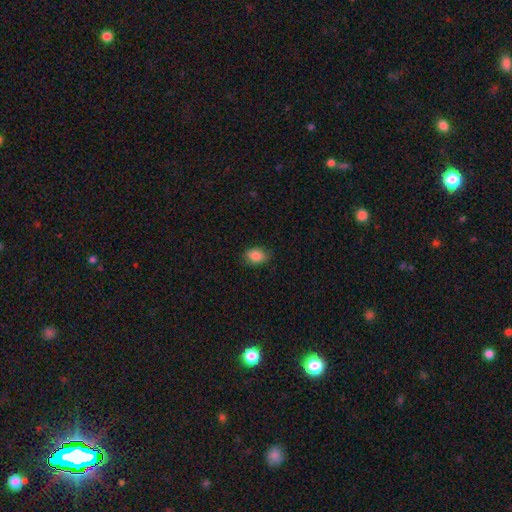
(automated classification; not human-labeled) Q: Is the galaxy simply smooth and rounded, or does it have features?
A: smooth — 86%.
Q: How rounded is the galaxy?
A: in between — 76%.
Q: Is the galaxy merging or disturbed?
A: none — 82%.